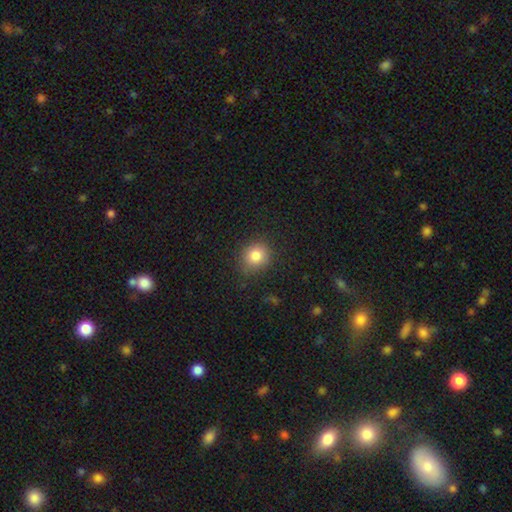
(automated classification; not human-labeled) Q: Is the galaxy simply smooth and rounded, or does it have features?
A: smooth — 83%.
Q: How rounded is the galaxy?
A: round — 80%.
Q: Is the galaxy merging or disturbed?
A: none — 83%.